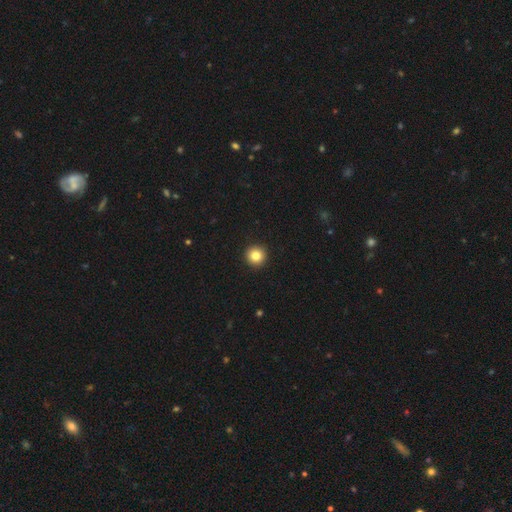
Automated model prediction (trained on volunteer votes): Smooth or featured? smooth (84%)
How rounded? round (95%)
Merging? none (94%)